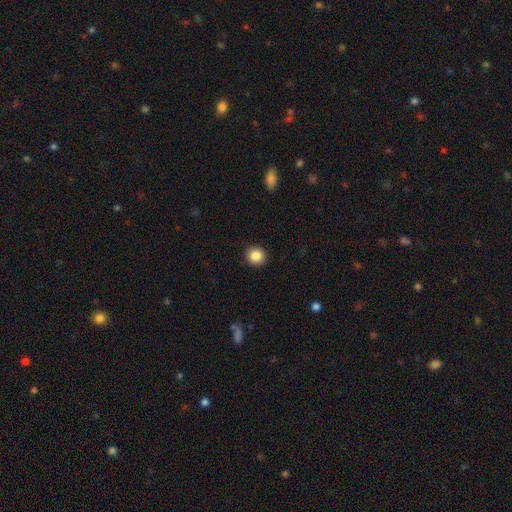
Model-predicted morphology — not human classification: smooth_or_featured: smooth (p=0.86) [alt: star or artifact p=0.10]
how_rounded: round (p=0.91) [alt: in between p=0.08]
merging: none (p=0.92) [alt: minor disturbance p=0.05]